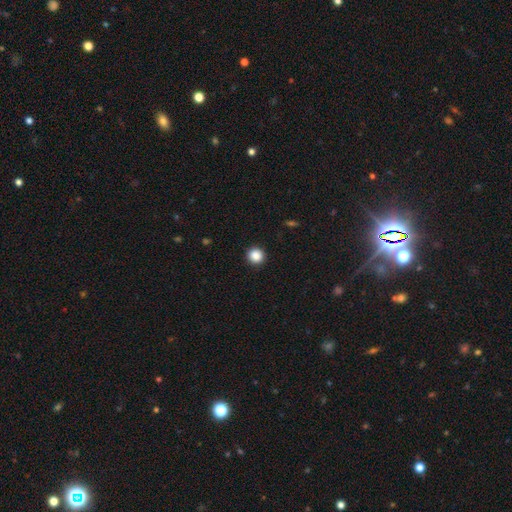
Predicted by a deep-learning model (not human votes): smooth 87%, star or artifact 10%, featured or disk 3%. Down the decision tree: how rounded — round (93%); merging — none (93%).